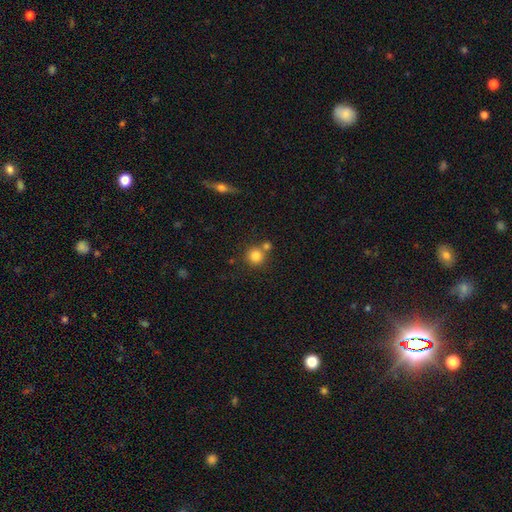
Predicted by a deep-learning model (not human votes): Smooth or featured? smooth (82%)
How rounded? round (92%)
Merging? none (64%)